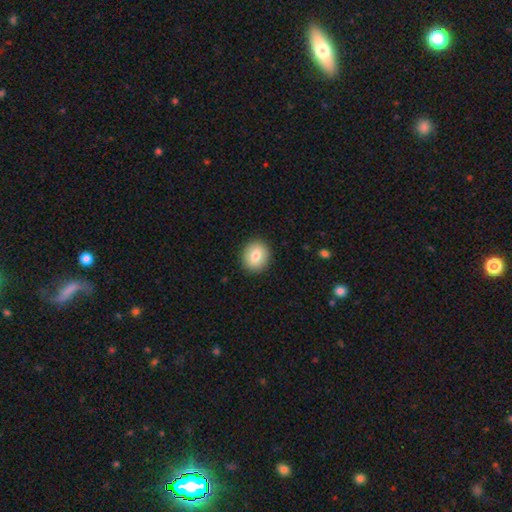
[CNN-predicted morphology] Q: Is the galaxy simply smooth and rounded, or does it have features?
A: smooth — 81%.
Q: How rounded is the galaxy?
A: round — 65%.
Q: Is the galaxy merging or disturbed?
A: none — 90%.